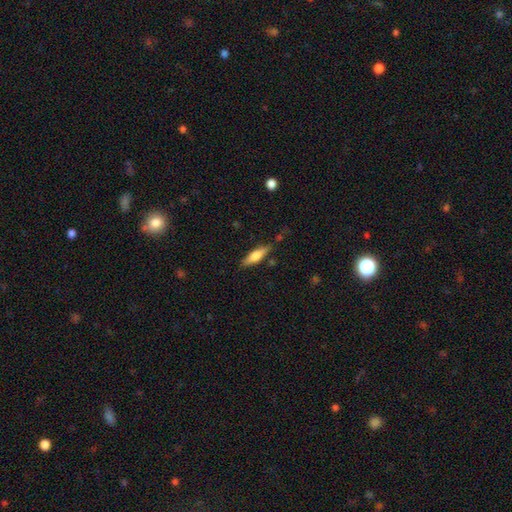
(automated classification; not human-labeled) Smooth or featured?
  - smooth: 58% *
  - featured or disk: 35%
  - star or artifact: 7%
How rounded?
  - cigar-shaped: 61% *
  - in between: 37%
  - round: 2%
Merging?
  - none: 78% *
  - minor disturbance: 15%
  - major disturbance: 4%
  - merger: 3%